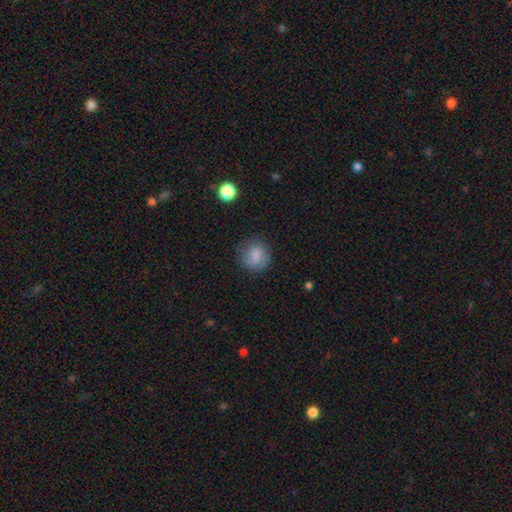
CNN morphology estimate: smooth 72%, featured or disk 19%, star or artifact 9%. Down the decision tree: how rounded — round (85%); merging — none (75%).